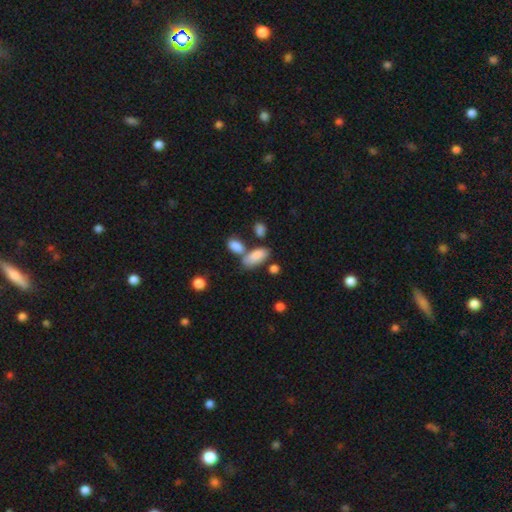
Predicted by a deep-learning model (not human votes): Morphology: type=smooth (85%); roundness=in between (88%); merging=none (53%).